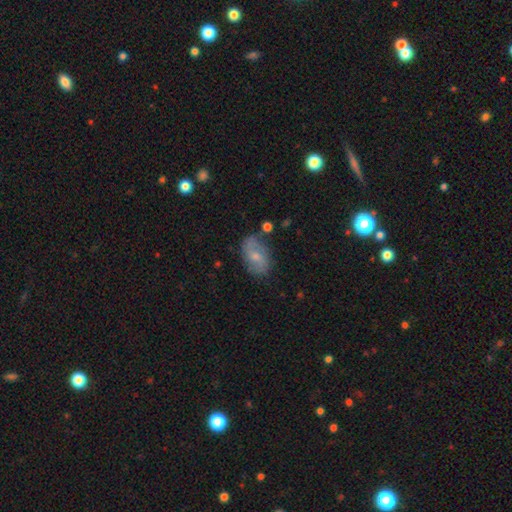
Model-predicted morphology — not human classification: A featured or disk galaxy (50%).

Vote fractions:
- Smooth or featured? featured or disk: 50% / smooth: 42% / star or artifact: 8%
- Merging? none: 73% / minor disturbance: 18% / major disturbance: 5% / merger: 3%